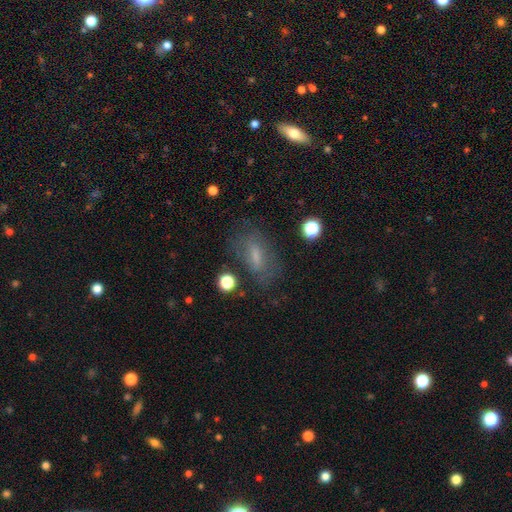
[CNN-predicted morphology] A smooth galaxy with no disk features (51%) that is in between round and cigar-shaped (74%).

Vote fractions:
- Smooth or featured? smooth: 51% / featured or disk: 33% / star or artifact: 16%
- How rounded? in between: 74% / cigar-shaped: 19% / round: 8%
- Merging? none: 69% / minor disturbance: 18% / major disturbance: 11% / merger: 3%